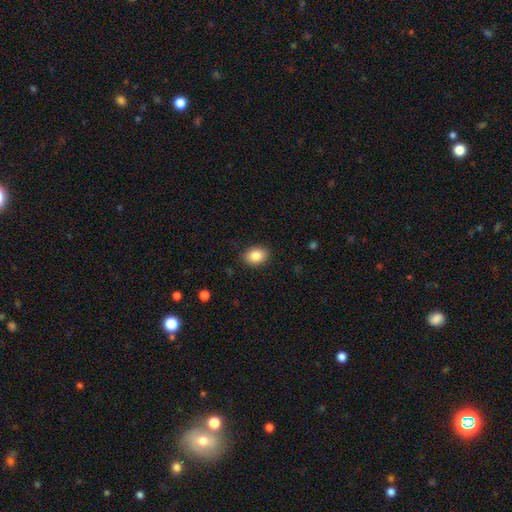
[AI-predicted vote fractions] Overall: smooth (85%). How rounded: in between (68%; round 31%). Merging: none (88%).